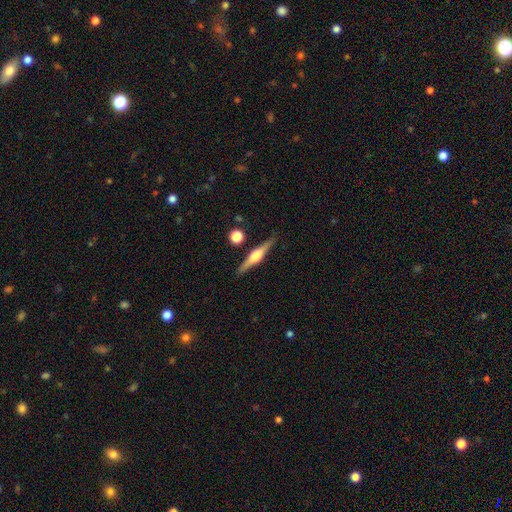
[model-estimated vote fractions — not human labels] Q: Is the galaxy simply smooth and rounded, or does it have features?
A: featured or disk — 76%.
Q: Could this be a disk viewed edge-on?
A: yes — 98%.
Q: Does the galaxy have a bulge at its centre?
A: rounded — 90%.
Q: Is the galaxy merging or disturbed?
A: none — 88%.